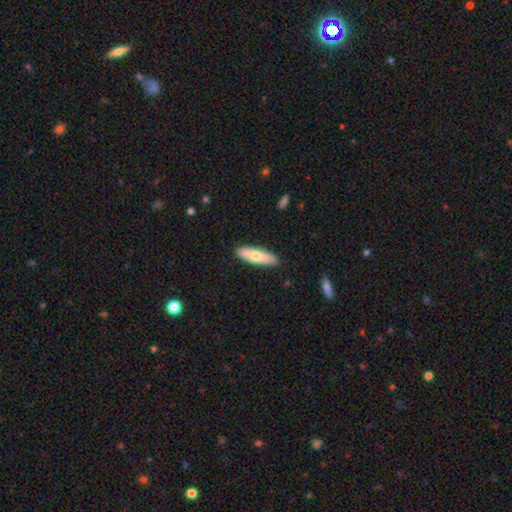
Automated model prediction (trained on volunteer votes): Smooth or featured? smooth (67%)
How rounded? cigar-shaped (57%)
Merging? none (88%)